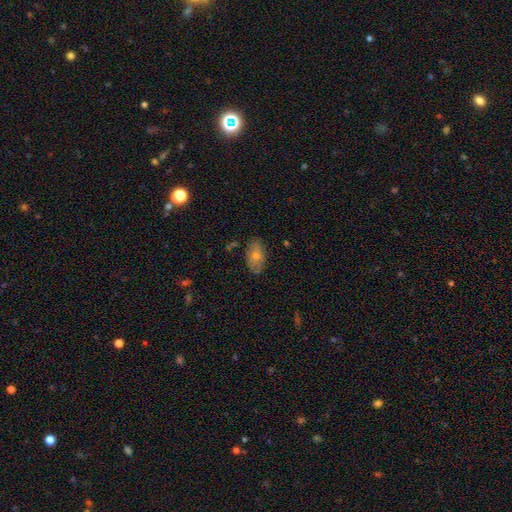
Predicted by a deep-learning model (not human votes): A smooth galaxy with no disk features (59%) that is in between round and cigar-shaped (89%). Merging: none (80%).